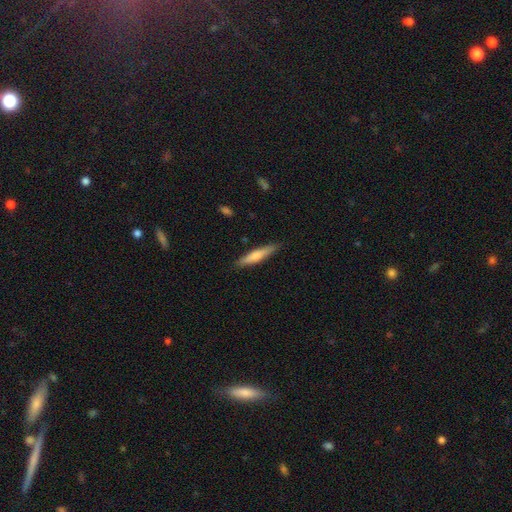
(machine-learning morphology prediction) Smooth or featured? Predicted: smooth (p=0.64). How rounded? Predicted: cigar-shaped (p=0.88). Merging? Predicted: none (p=0.87).